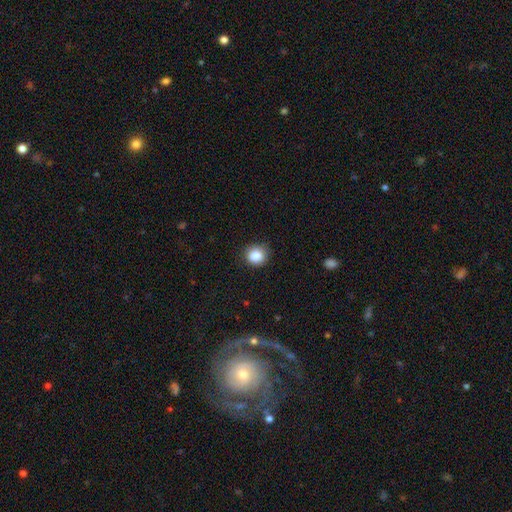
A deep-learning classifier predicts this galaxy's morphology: Smooth or featured: smooth — 86% (star or artifact — 10%)
How rounded: round — 83% (in between — 16%)
Merging: none — 84% (minor disturbance — 12%)